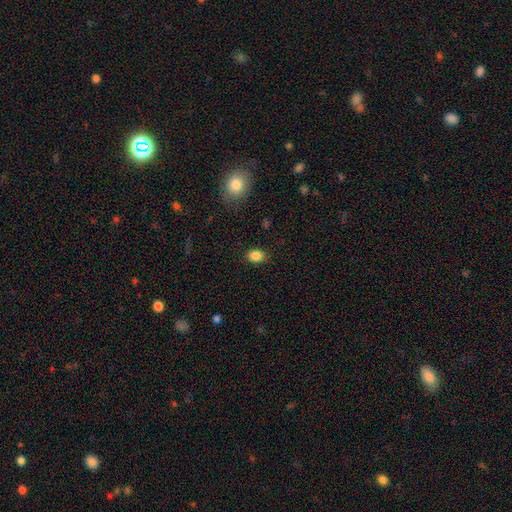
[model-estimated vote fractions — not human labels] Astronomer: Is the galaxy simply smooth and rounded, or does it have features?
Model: smooth — 86%.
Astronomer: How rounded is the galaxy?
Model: in between — 60% (runner-up: round, 39%).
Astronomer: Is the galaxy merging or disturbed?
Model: none — 87%.